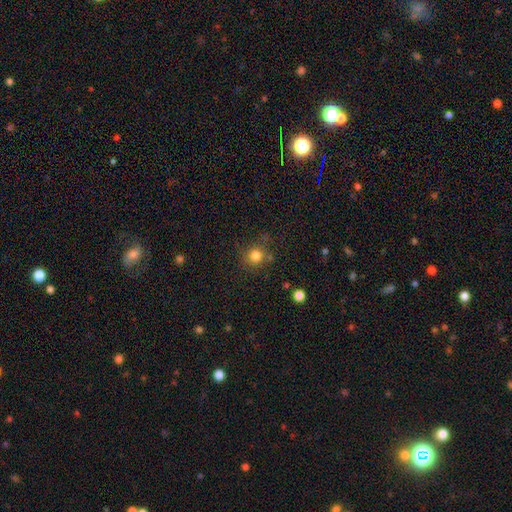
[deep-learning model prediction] A smooth galaxy with no disk features (81%) that is round (91%). Merging: none (78%).